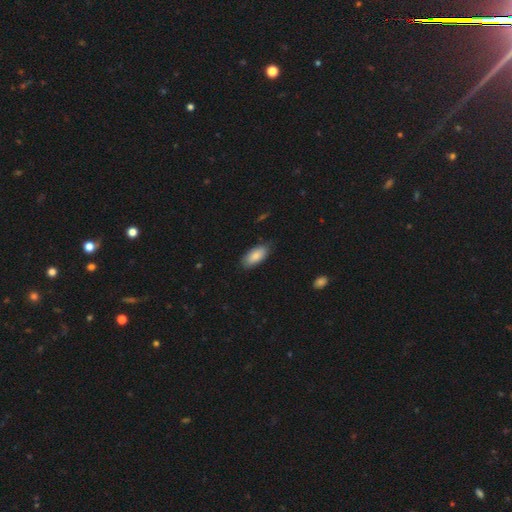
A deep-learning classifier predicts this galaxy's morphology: A smooth galaxy with no disk features (85%) that is in between round and cigar-shaped (91%).

Vote fractions:
- Smooth or featured? smooth: 85% / featured or disk: 9% / star or artifact: 6%
- How rounded? in between: 91% / cigar-shaped: 7% / round: 2%
- Merging? none: 81% / minor disturbance: 15% / major disturbance: 3% / merger: 1%